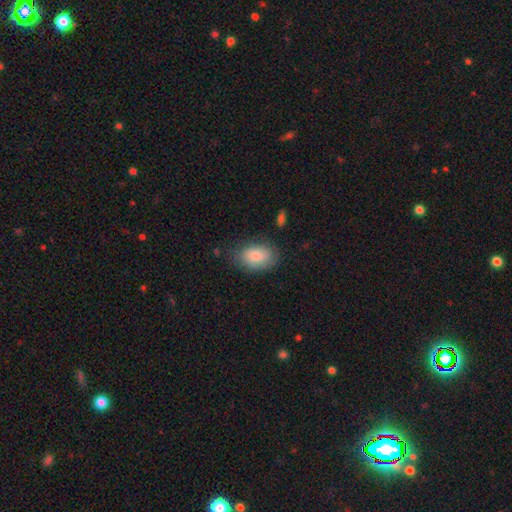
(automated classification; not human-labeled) Q: Smooth or featured?
A: smooth (83%); runner-up: featured or disk (10%)
Q: How rounded?
A: in between (88%); runner-up: round (10%)
Q: Merging?
A: none (76%); runner-up: minor disturbance (18%)